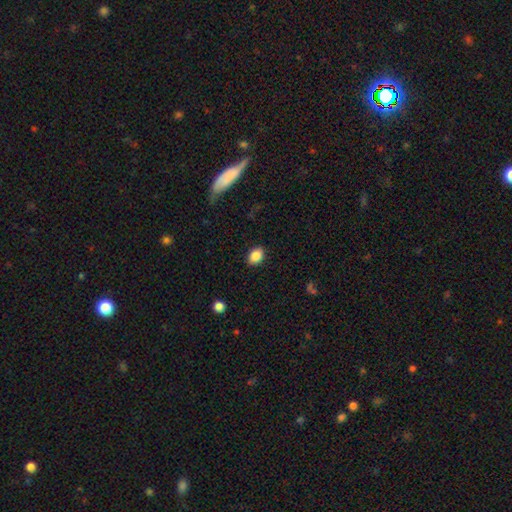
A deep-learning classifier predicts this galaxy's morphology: Q: Smooth or featured?
A: smooth (86%); runner-up: star or artifact (9%)
Q: How rounded?
A: in between (74%); runner-up: round (25%)
Q: Merging?
A: none (88%); runner-up: minor disturbance (9%)